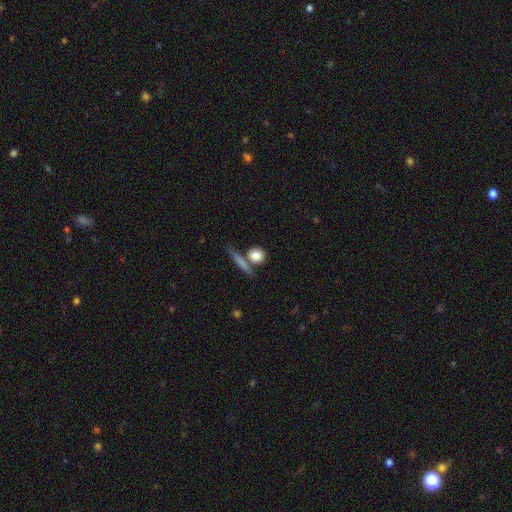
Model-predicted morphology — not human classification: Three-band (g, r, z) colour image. It shows a smooth galaxy with no disk features (81%) that is round (76%). Merging: none (62%).